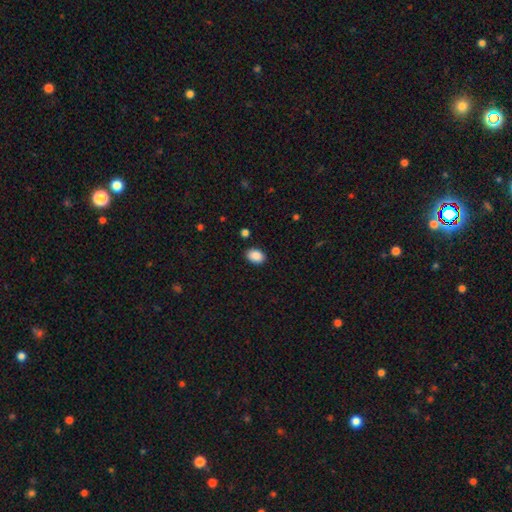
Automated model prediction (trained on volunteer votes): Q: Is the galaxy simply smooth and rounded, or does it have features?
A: smooth — 89%.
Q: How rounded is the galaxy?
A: in between — 81%.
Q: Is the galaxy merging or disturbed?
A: none — 88%.